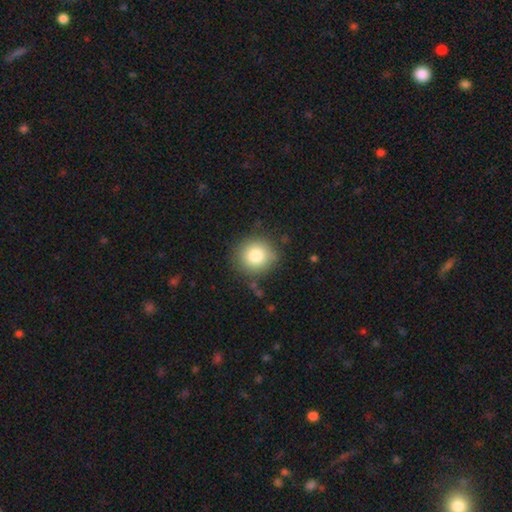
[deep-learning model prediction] smooth 82%, star or artifact 10%, featured or disk 8%. Down the decision tree: how rounded — round (91%); merging — none (83%).